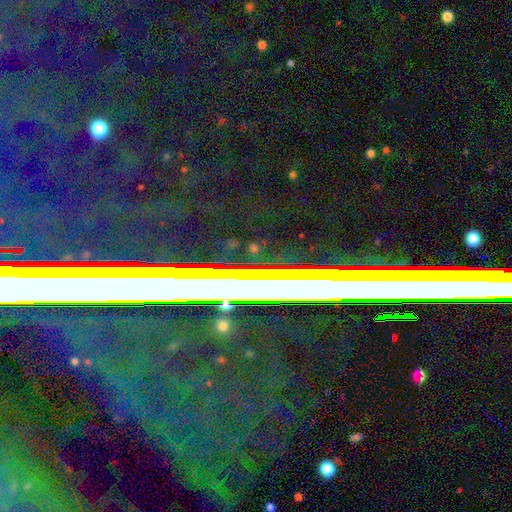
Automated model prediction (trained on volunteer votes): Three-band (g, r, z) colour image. It shows a star or artifact, not a galaxy (66%).